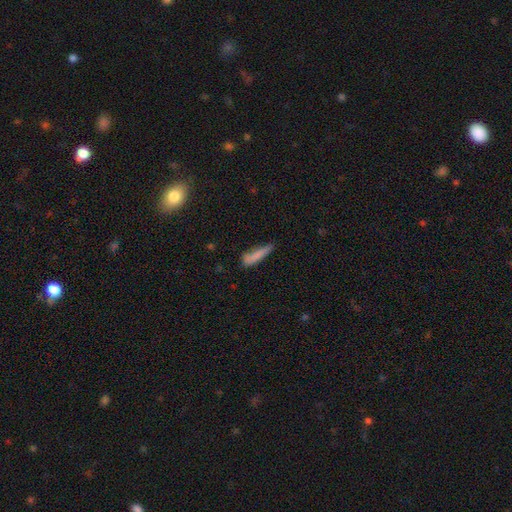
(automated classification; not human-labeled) A smooth galaxy with no disk features (78%) that is cigar-shaped (82%). Merging: none (56%).